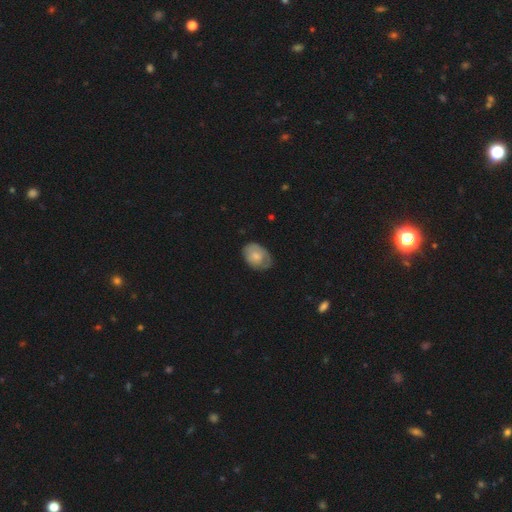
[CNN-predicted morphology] type=smooth (68%); roundness=in between (75%); merging=none (66%).